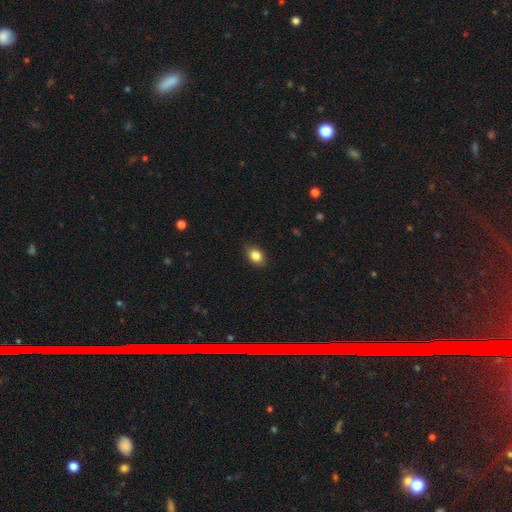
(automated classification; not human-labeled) This is clearly a smooth galaxy (85%). How rounded: likely in between (76%). Merging: clearly none (86%).